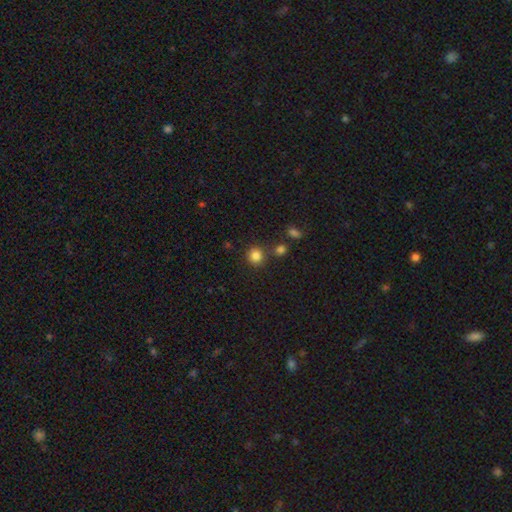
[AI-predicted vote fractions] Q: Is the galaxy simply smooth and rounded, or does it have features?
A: smooth — 84%.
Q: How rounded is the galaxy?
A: round — 87%.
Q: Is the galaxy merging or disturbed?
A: none — 77%.